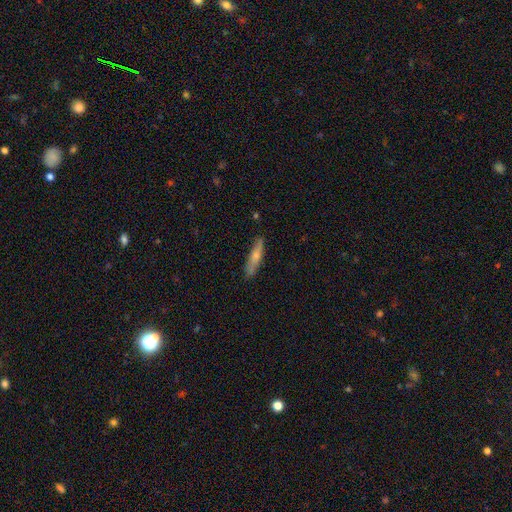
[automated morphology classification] A smooth galaxy with no disk features (53%) that is cigar-shaped (86%). Merging: none (85%).